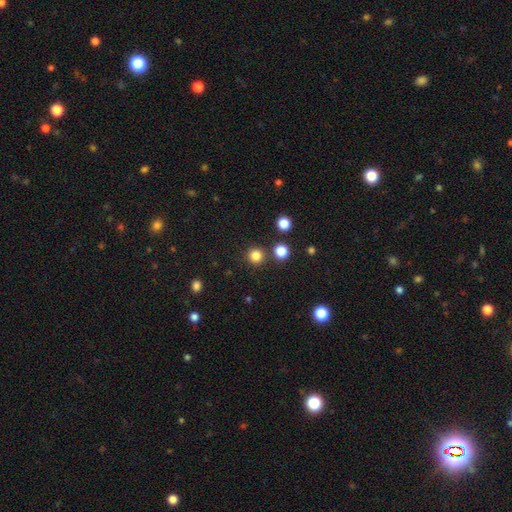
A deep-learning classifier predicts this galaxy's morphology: Smooth or featured? smooth (82%)
How rounded? round (95%)
Merging? none (87%)